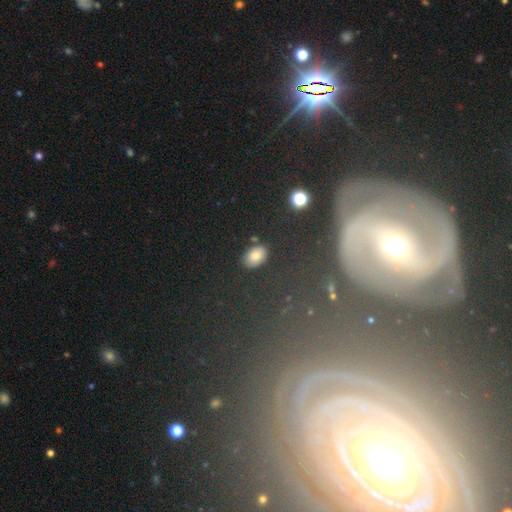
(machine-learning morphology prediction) type=smooth (79%); roundness=in between (85%); merging=none (84%).